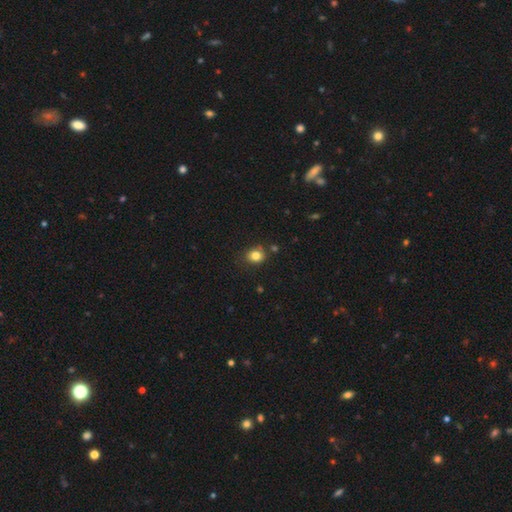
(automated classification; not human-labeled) Smooth or featured: smooth — 82% (star or artifact — 12%)
How rounded: round — 66% (in between — 33%)
Merging: none — 77% (minor disturbance — 14%)